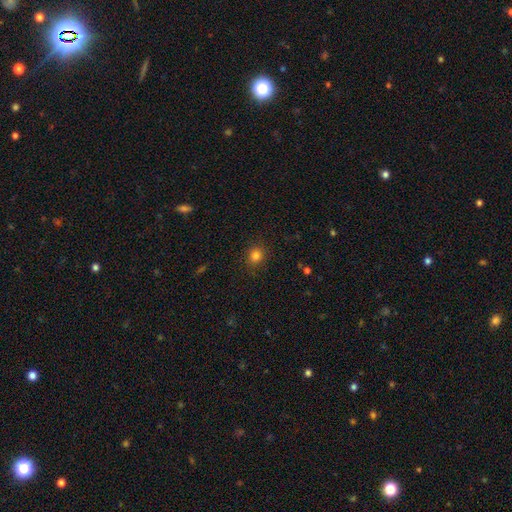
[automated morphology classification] Smooth or featured: smooth — 82% (star or artifact — 13%)
How rounded: round — 80% (in between — 19%)
Merging: none — 88% (minor disturbance — 8%)